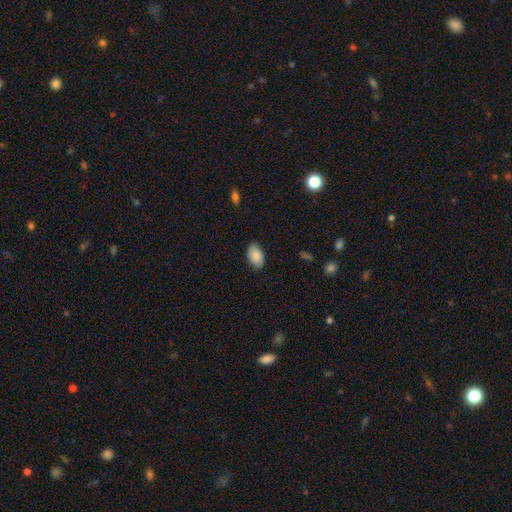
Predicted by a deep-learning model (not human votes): This is clearly a smooth galaxy (87%). How rounded: clearly in between (91%). Merging: clearly none (84%).